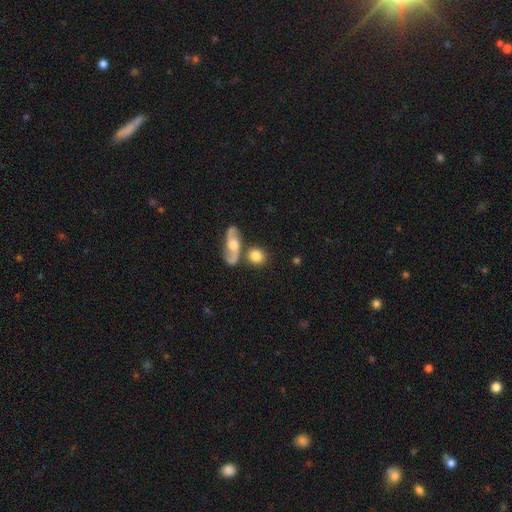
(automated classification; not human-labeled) A smooth galaxy with no disk features (73%) that is round (74%). Merging: none (65%).